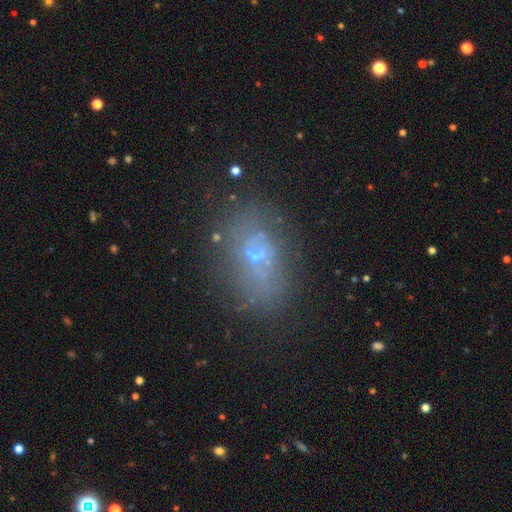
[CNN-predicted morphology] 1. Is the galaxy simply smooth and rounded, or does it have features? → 44% featured or disk, 36% smooth, 20% star or artifact.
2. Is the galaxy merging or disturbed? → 64% none, 20% minor disturbance, 11% major disturbance, 5% merger.